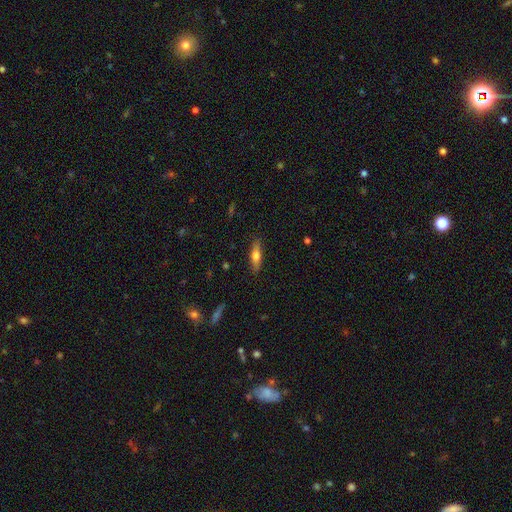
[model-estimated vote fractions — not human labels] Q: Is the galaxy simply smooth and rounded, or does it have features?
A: smooth — 58%.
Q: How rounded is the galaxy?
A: cigar-shaped — 61%.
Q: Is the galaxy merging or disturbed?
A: none — 86%.